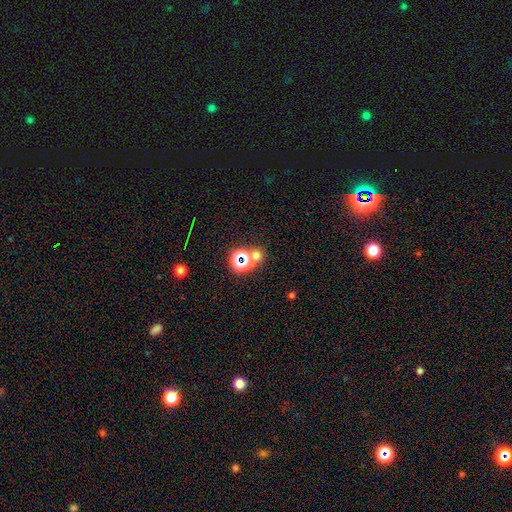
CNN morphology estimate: Smooth or featured?
  - smooth: 52% *
  - star or artifact: 39%
  - featured or disk: 9%
How rounded?
  - round: 83% *
  - in between: 16%
  - cigar-shaped: 1%
Merging?
  - none: 62% *
  - merger: 26%
  - minor disturbance: 7%
  - major disturbance: 4%